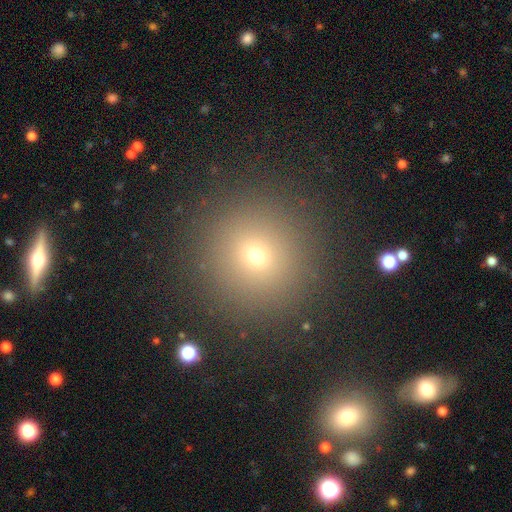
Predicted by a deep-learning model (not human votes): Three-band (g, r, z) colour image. It shows a smooth galaxy with no disk features (67%) that is round (94%). Merging: none (90%).